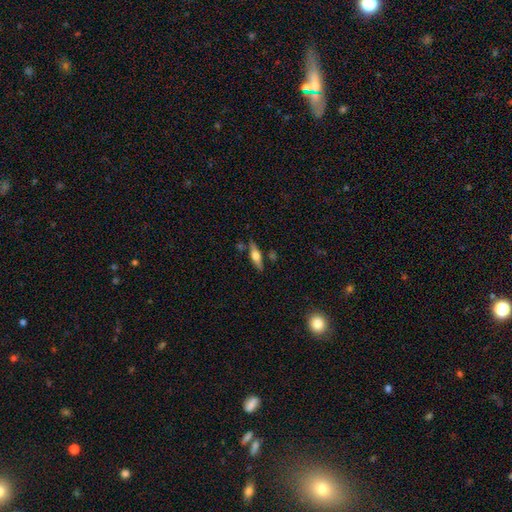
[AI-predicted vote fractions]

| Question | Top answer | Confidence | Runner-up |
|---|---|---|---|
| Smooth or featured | featured or disk | 56% | smooth (38%) |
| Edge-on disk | yes | 93% | no (7%) |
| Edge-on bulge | rounded | 92% | boxy (6%) |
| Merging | none | 77% | minor disturbance (13%) |